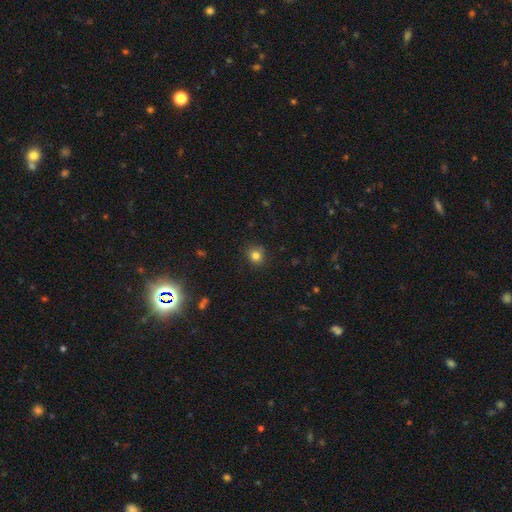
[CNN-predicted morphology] Smooth or featured: smooth — 81% (star or artifact — 13%)
How rounded: round — 79% (in between — 20%)
Merging: none — 85% (minor disturbance — 11%)